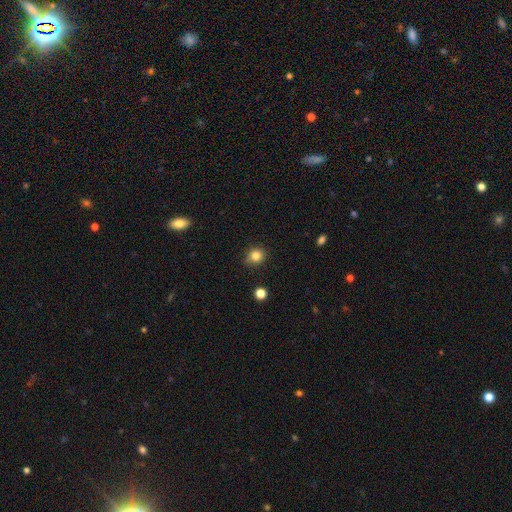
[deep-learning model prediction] Overall: smooth (84%). How rounded: round (83%). Merging: none (85%).